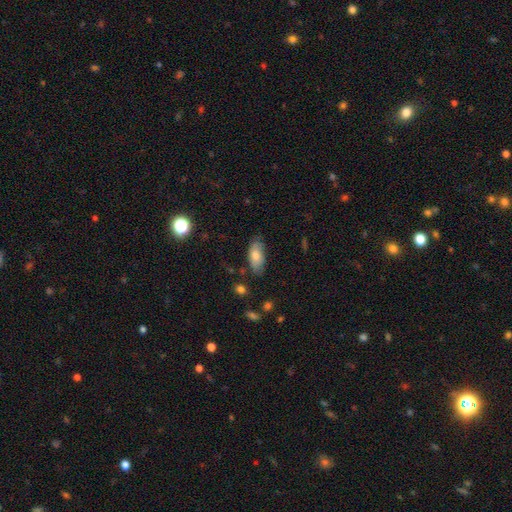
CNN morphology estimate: This is likely a smooth galaxy (74%). How rounded: clearly in between (90%). Merging: likely none (73%).